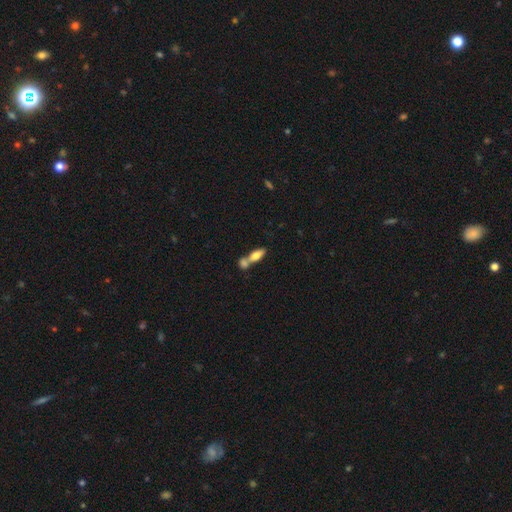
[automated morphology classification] Q: Smooth or featured?
A: smooth (73%); runner-up: featured or disk (20%)
Q: How rounded?
A: in between (76%); runner-up: cigar-shaped (20%)
Q: Merging?
A: merger (57%); runner-up: none (31%)